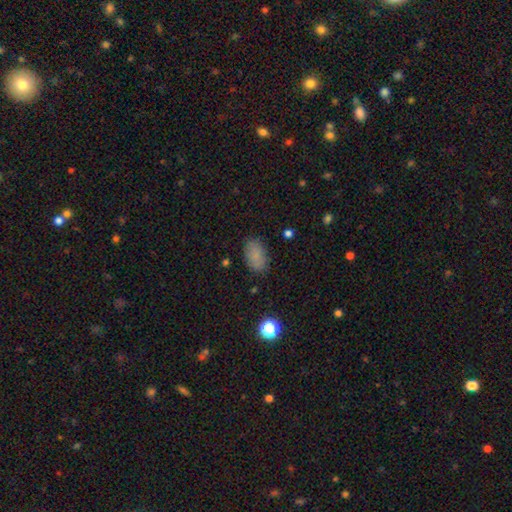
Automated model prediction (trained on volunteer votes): smooth_or_featured: smooth (p=0.83) [alt: star or artifact p=0.11]
how_rounded: in between (p=0.91) [alt: round p=0.07]
merging: none (p=0.83) [alt: minor disturbance p=0.12]